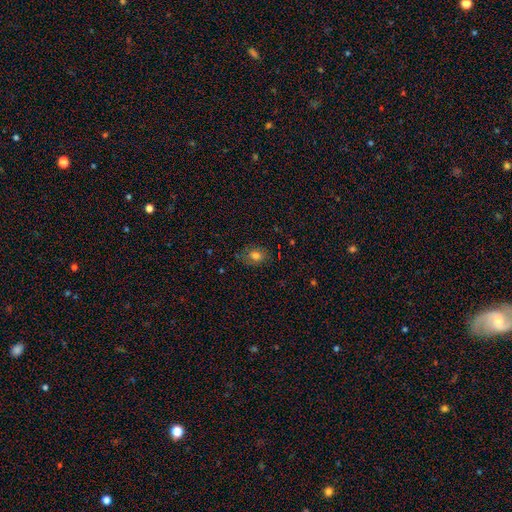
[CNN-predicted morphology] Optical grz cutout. It shows a smooth galaxy with no disk features (75%) that is in between round and cigar-shaped (59%). Merging: none (77%).